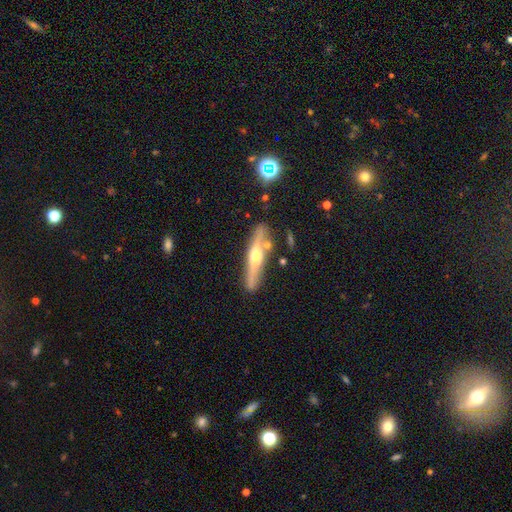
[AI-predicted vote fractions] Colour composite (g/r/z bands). It shows a featured or disk galaxy (65%) viewed edge-on (93%) with a rounded central bulge (91%). Merging: none (79%).